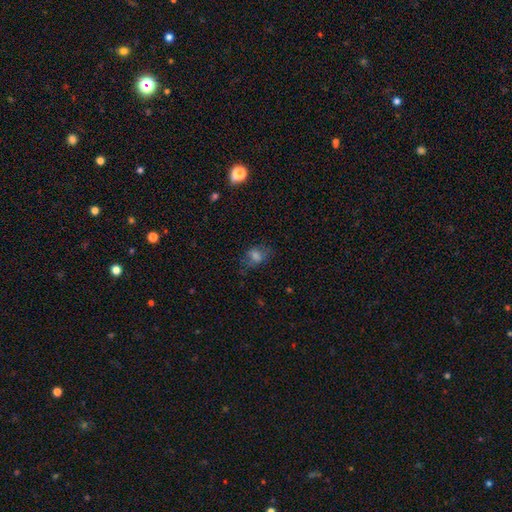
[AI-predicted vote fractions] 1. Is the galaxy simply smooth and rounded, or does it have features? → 62% smooth, 21% featured or disk, 17% star or artifact.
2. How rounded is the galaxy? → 68% in between, 30% round, 2% cigar-shaped.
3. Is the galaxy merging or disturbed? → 62% none, 22% minor disturbance, 15% major disturbance, 2% merger.